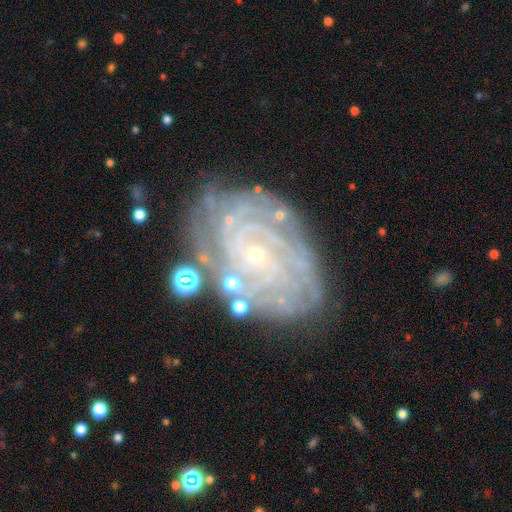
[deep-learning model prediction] Q: Smooth or featured?
A: featured or disk (87%); runner-up: star or artifact (6%)
Q: Edge-on disk?
A: no (97%); runner-up: yes (3%)
Q: Bar?
A: no (76%); runner-up: weak (18%)
Q: Spiral arms?
A: yes (96%); runner-up: no (4%)
Q: Spiral winding?
A: tight (82%); runner-up: medium (15%)
Q: Spiral arm count?
A: can't tell (30%); runner-up: 4 (21%)
Q: Bulge size?
A: small (87%); runner-up: moderate (9%)
Q: Merging?
A: none (74%); runner-up: minor disturbance (17%)